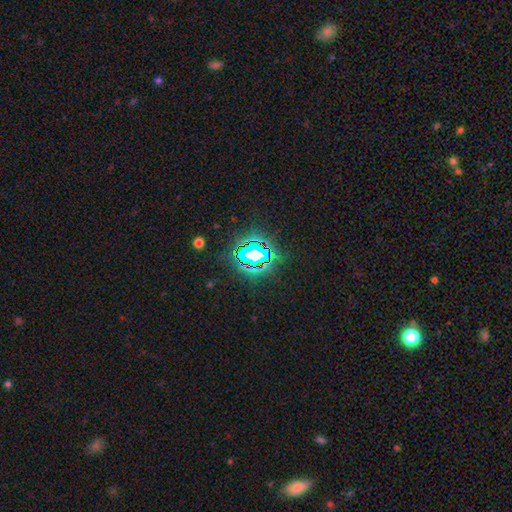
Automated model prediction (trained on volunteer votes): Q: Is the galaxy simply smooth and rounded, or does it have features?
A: star or artifact — 73%.